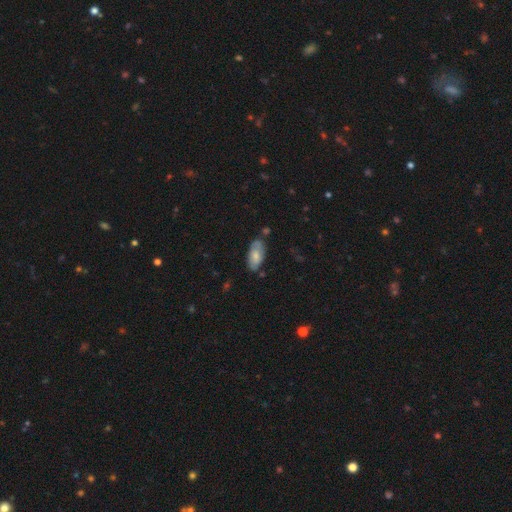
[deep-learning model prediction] Smooth or featured? smooth (64%)
How rounded? in between (90%)
Merging? none (71%)